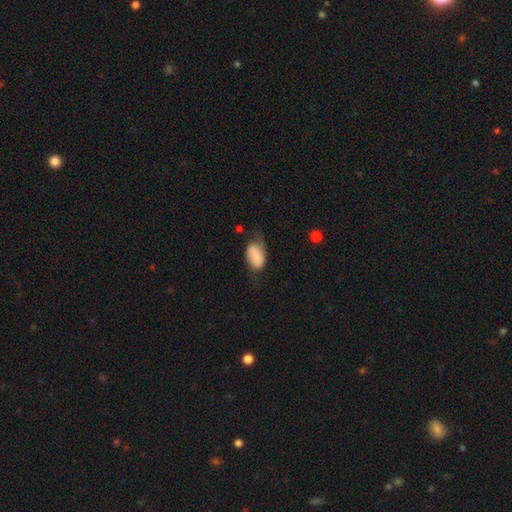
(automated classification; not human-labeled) This is likely a smooth galaxy (66%). How rounded: clearly in between (91%). Merging: marginally none (41%).